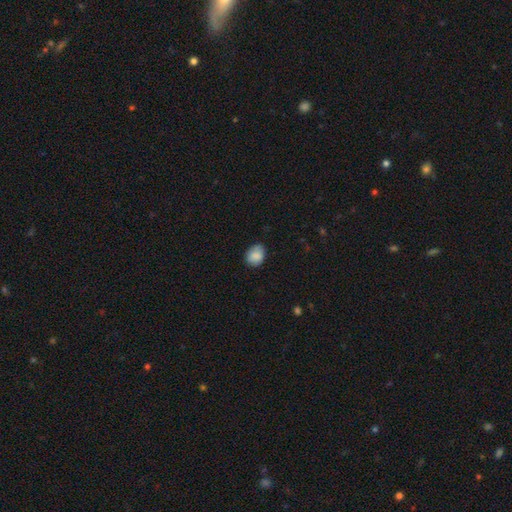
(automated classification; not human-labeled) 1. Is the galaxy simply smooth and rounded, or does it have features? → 85% smooth, 8% star or artifact, 7% featured or disk.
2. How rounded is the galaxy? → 50% in between, 49% round, 1% cigar-shaped.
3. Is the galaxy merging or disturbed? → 72% none, 23% minor disturbance, 4% major disturbance, 1% merger.